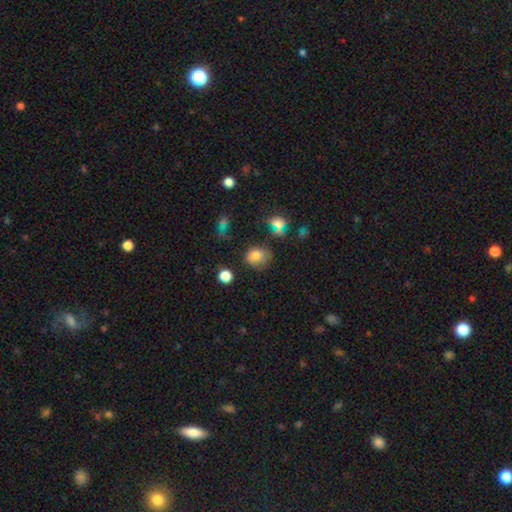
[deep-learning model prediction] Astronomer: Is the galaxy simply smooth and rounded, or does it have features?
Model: smooth — 74%.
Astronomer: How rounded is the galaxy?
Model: round — 56% (runner-up: in between, 43%).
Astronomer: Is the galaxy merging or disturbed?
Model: none — 58%.